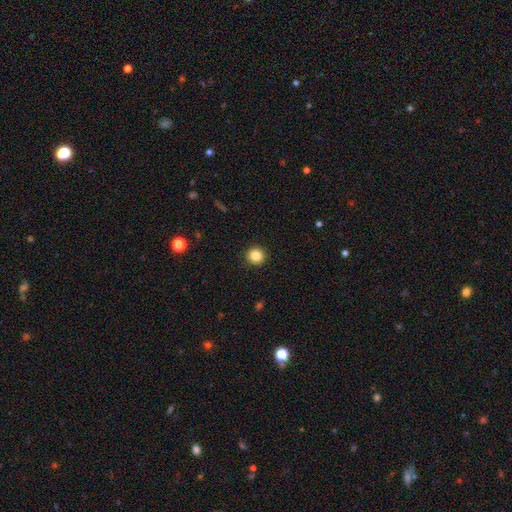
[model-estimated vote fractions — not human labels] Smooth or featured? smooth (85%)
How rounded? round (94%)
Merging? none (92%)